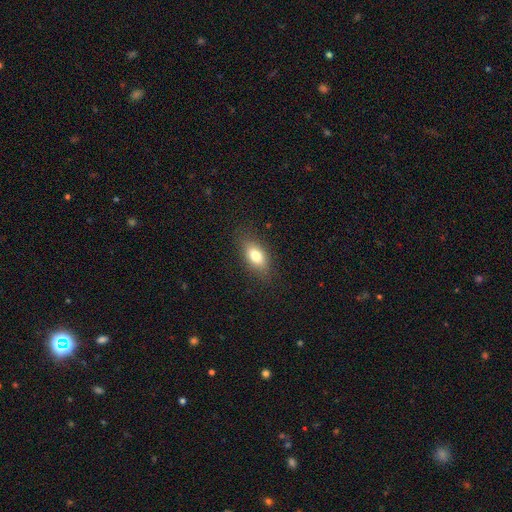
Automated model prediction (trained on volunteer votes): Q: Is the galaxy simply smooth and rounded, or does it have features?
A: smooth — 78%.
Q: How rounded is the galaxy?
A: in between — 85%.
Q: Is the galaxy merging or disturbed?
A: none — 83%.